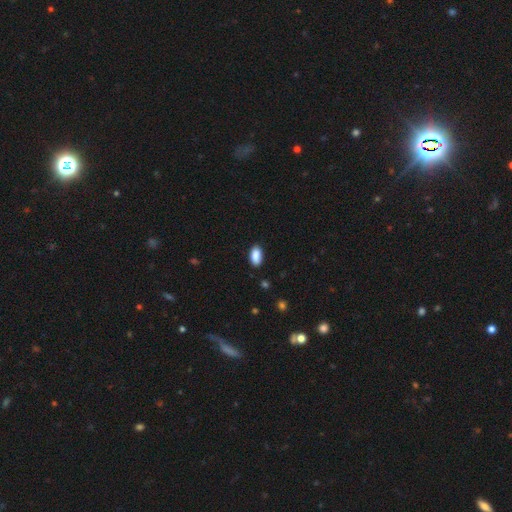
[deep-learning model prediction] Smooth or featured: smooth — 89% (star or artifact — 7%)
How rounded: in between — 93% (cigar-shaped — 4%)
Merging: none — 87% (minor disturbance — 10%)